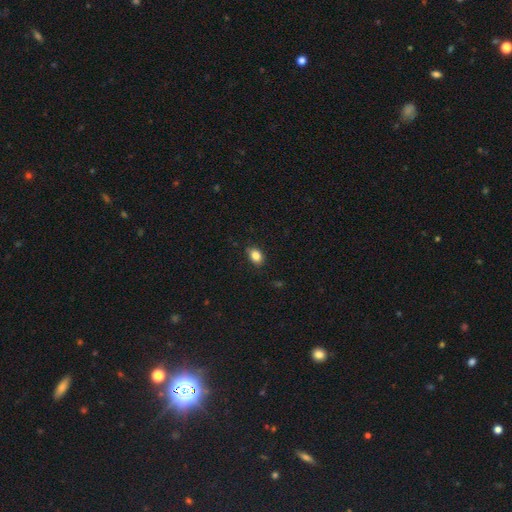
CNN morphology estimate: This is clearly a smooth galaxy (85%). How rounded: likely in between (76%). Merging: clearly none (84%).